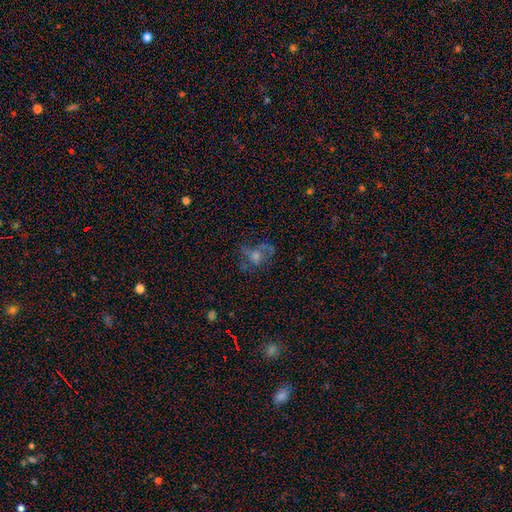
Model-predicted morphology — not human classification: This appears to be a featured or disk galaxy (47%). Merging: none (49%).